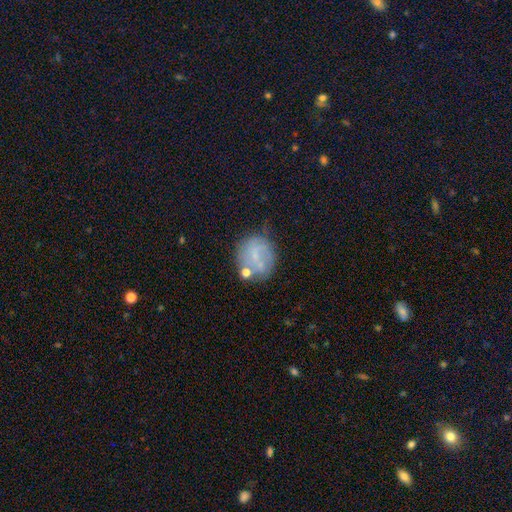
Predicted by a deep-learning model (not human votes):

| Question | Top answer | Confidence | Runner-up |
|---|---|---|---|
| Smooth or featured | smooth | 46% | featured or disk (43%) |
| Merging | none | 55% | minor disturbance (23%) |